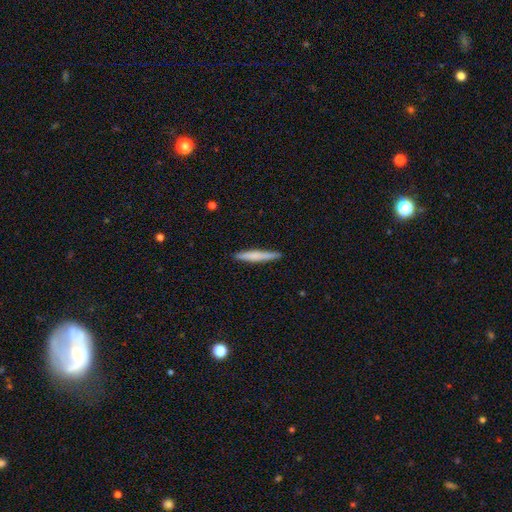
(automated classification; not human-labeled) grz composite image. It shows a smooth galaxy with no disk features (66%) that is cigar-shaped (95%). Merging: none (91%).